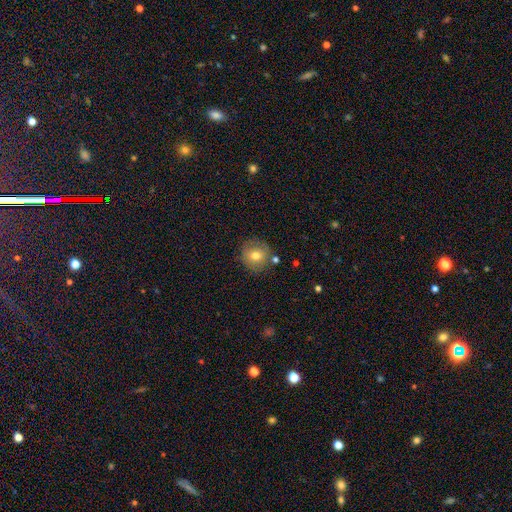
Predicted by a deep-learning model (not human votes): This is likely a smooth galaxy (72%). How rounded: clearly round (91%). Merging: likely none (79%).